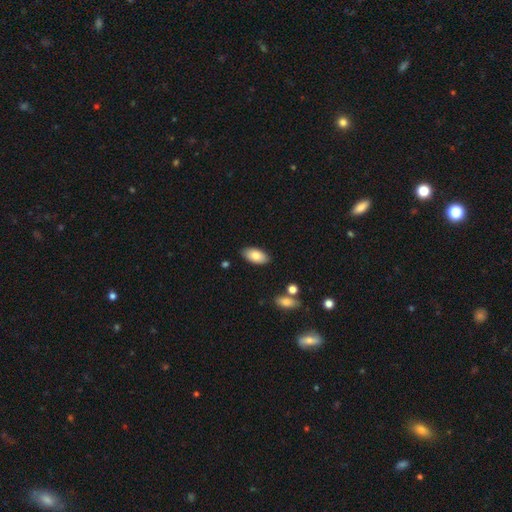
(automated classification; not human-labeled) Smooth or featured? smooth (81%)
How rounded? in between (94%)
Merging? none (86%)